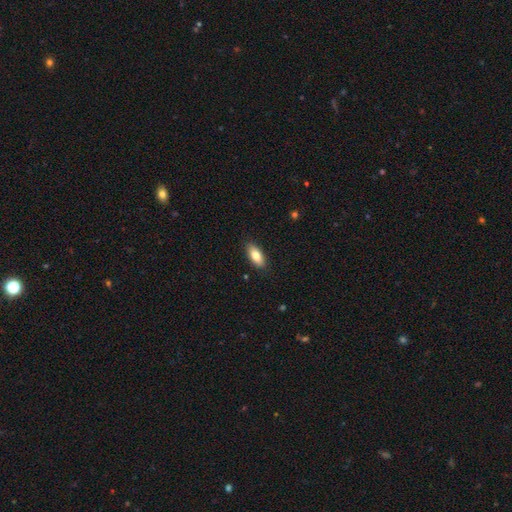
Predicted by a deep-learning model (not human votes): Smooth or featured? Predicted: smooth (p=0.82). How rounded? Predicted: in between (p=0.85). Merging? Predicted: none (p=0.87).